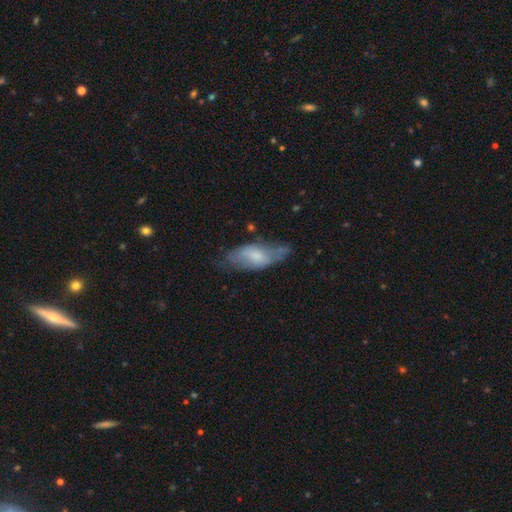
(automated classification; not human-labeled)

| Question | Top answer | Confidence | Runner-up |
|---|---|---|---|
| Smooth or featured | smooth | 54% | featured or disk (39%) |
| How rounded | in between | 79% | cigar-shaped (19%) |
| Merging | none | 46% | minor disturbance (34%) |